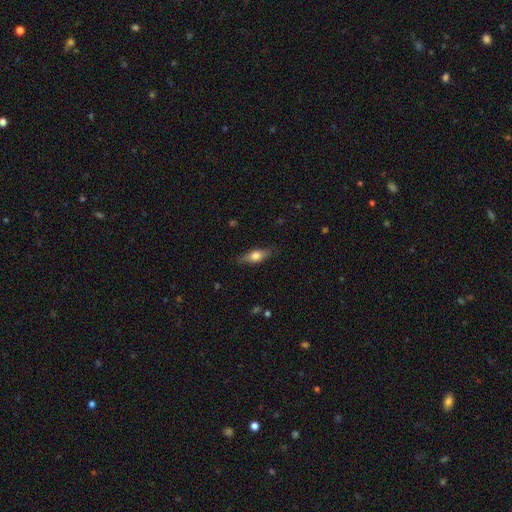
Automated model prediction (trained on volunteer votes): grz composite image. It shows a smooth galaxy with no disk features (64%) that is in between round and cigar-shaped (63%). Merging: none (84%).